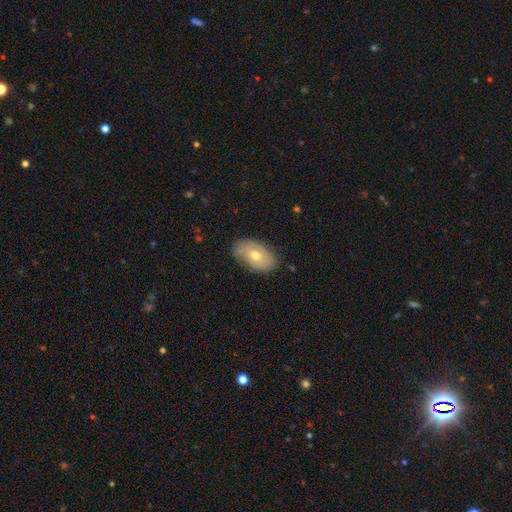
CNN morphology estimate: A smooth galaxy with no disk features (61%) that is in between round and cigar-shaped (91%).

Vote fractions:
- Smooth or featured? smooth: 61% / featured or disk: 32% / star or artifact: 7%
- How rounded? in between: 91% / round: 8% / cigar-shaped: 1%
- Merging? none: 79% / minor disturbance: 17% / major disturbance: 3% / merger: 1%